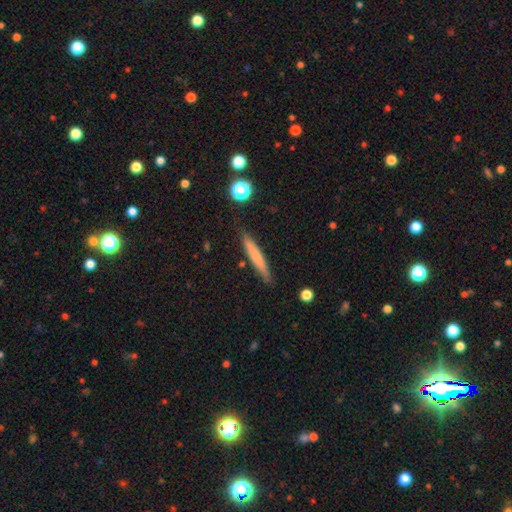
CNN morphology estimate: Smooth or featured?
  - smooth: 67% *
  - featured or disk: 26%
  - star or artifact: 7%
How rounded?
  - cigar-shaped: 95% *
  - in between: 4%
  - round: 1%
Merging?
  - none: 87% *
  - minor disturbance: 10%
  - major disturbance: 2%
  - merger: 2%